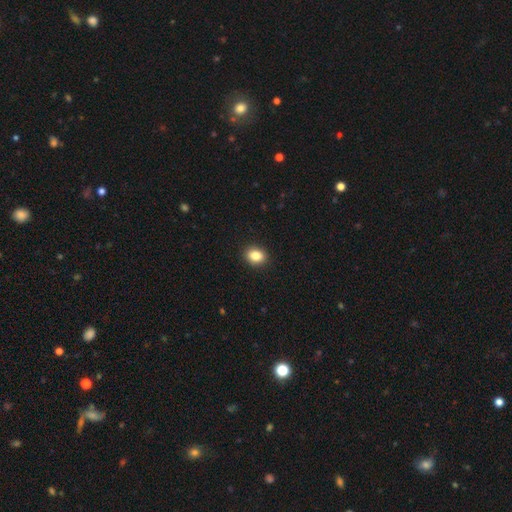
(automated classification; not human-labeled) This appears to be a smooth galaxy with no disk features (84%) that is round (51%). Merging: none (91%).